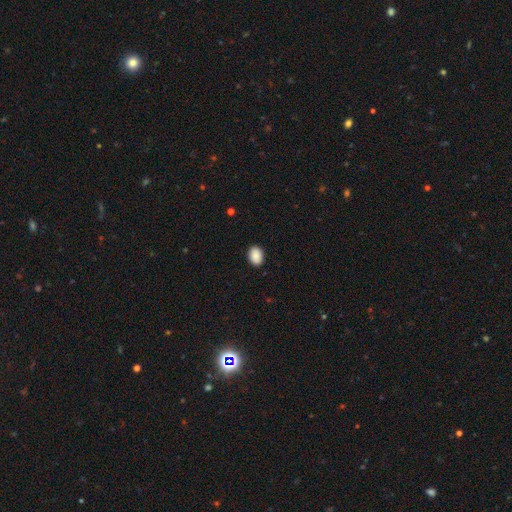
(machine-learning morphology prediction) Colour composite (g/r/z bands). It shows a smooth galaxy with no disk features (89%) that is in between round and cigar-shaped (74%). Merging: none (89%).